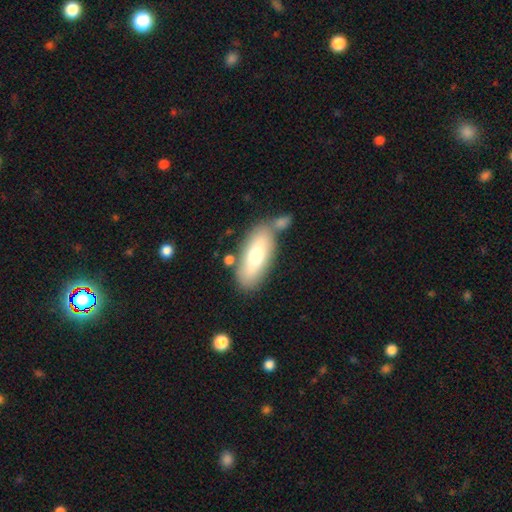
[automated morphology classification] The model was most divided on "smooth or featured": smooth: 66%, featured or disk: 28%, star or artifact: 6%. More confident: how rounded — in between (77%); merging — none (66%).